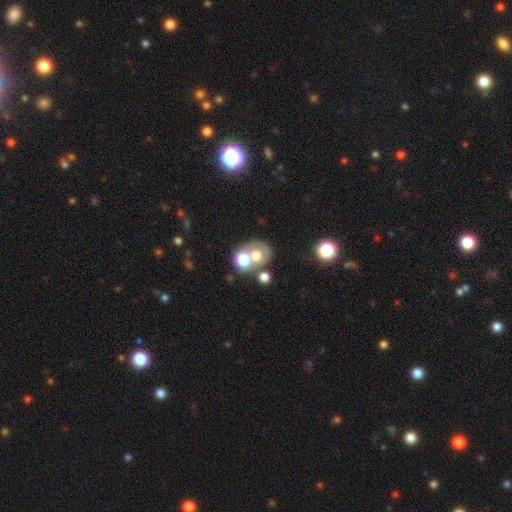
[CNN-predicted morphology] A smooth galaxy with no disk features (54%) that is round (67%).

Vote fractions:
- Smooth or featured? smooth: 54% / featured or disk: 33% / star or artifact: 13%
- How rounded? round: 67% / in between: 32% / cigar-shaped: 1%
- Merging? merger: 51% / none: 32% / minor disturbance: 9% / major disturbance: 8%